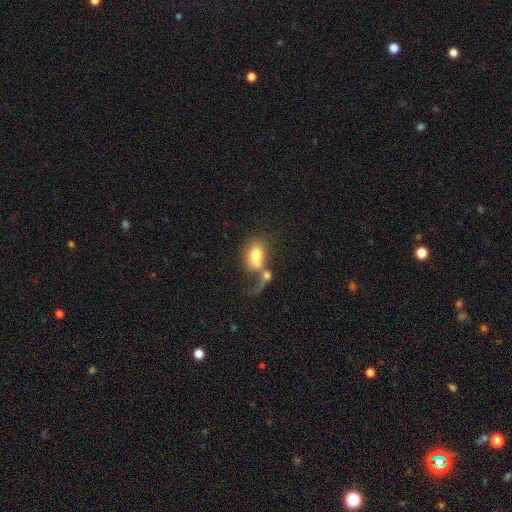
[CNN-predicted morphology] type=smooth (68%); roundness=in between (79%); merging=merger (56%).